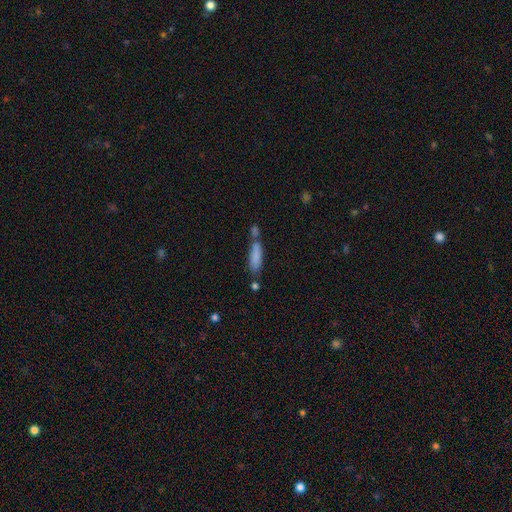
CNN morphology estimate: This is clearly a smooth galaxy (82%). How rounded: possibly cigar-shaped (60%). Merging: possibly none (45%).